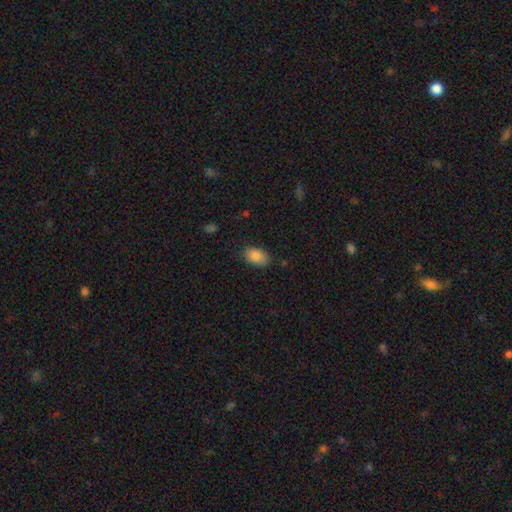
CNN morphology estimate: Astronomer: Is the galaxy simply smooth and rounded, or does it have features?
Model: smooth — 86%.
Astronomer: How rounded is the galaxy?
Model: in between — 91%.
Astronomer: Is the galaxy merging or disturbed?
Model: none — 79%.